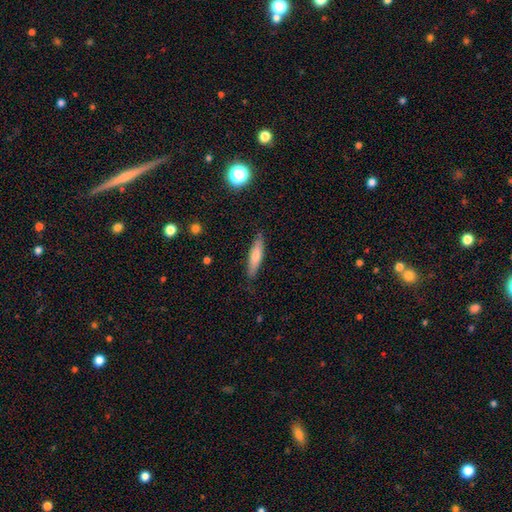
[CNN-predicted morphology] Smooth or featured? Predicted: smooth (p=0.70). How rounded? Predicted: cigar-shaped (p=0.77). Merging? Predicted: none (p=0.85).